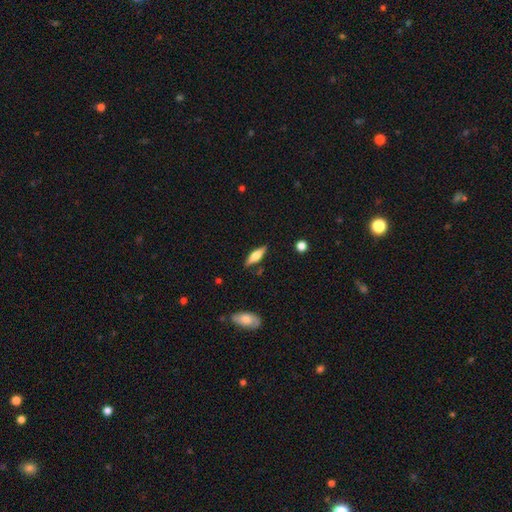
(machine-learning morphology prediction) smooth-or-featured: smooth: 50% | featured or disk: 44% | star or artifact: 6%
  merging: none: 86% | minor disturbance: 10% | major disturbance: 2% | merger: 2%